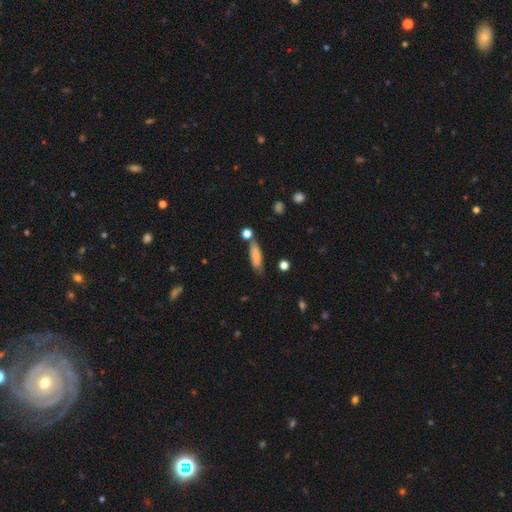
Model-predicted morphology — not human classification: Overall: smooth (76%). How rounded: cigar-shaped (59%; in between 39%). Merging: none (66%).